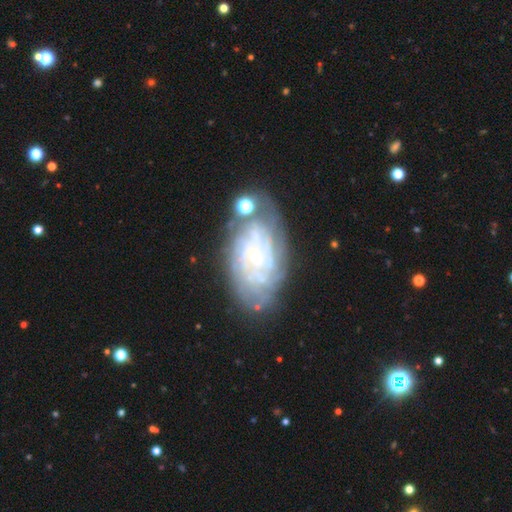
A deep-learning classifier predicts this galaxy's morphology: A featured or disk galaxy (81%) with no bar (70%), tight (71%) spiral arms (89%) and a small central bulge (82%). Merging: none (62%).